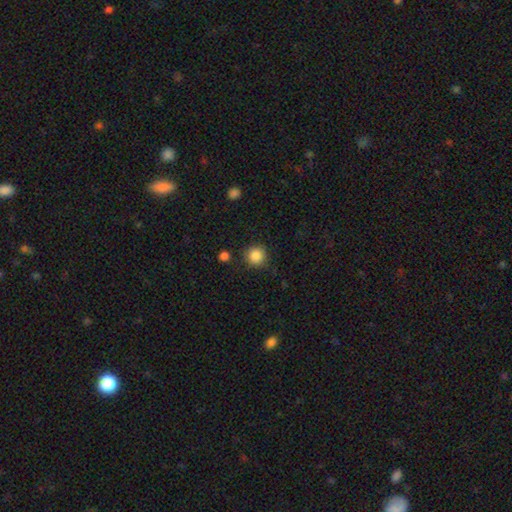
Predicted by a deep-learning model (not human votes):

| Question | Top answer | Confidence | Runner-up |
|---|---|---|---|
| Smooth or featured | smooth | 87% | star or artifact (10%) |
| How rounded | round | 94% | in between (5%) |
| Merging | none | 85% | minor disturbance (9%) |